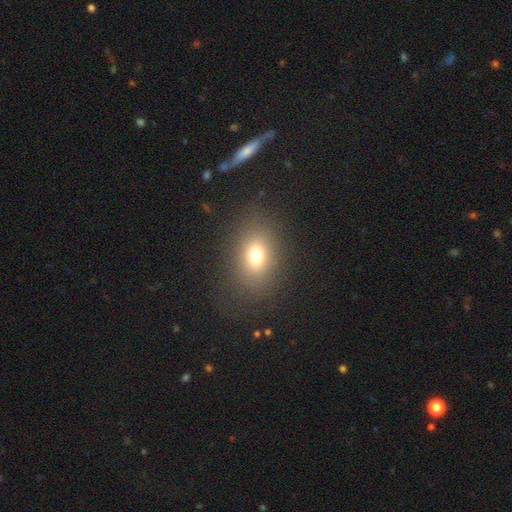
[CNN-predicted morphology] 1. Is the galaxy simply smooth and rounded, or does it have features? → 72% smooth, 15% star or artifact, 13% featured or disk.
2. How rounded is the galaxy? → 64% in between, 34% round, 1% cigar-shaped.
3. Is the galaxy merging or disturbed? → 82% none, 10% minor disturbance, 7% major disturbance, 1% merger.